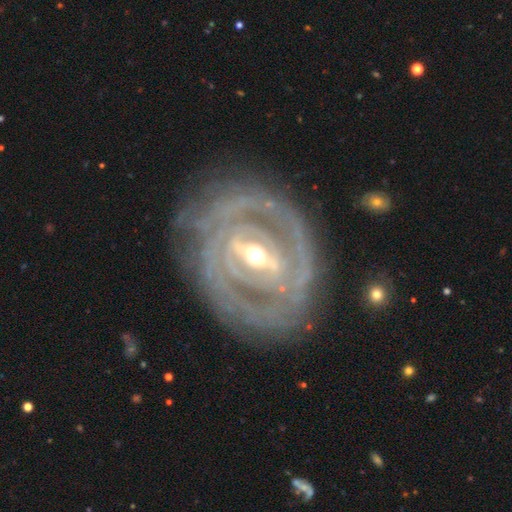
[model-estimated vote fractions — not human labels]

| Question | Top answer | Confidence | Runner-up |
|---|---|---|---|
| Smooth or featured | featured or disk | 89% | smooth (7%) |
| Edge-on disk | no | 95% | yes (5%) |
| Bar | strong | 58% | weak (30%) |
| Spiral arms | yes | 86% | no (14%) |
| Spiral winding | tight | 76% | medium (18%) |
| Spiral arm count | can't tell | 33% | 2 (32%) |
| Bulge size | moderate | 60% | small (34%) |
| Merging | none | 74% | minor disturbance (16%) |